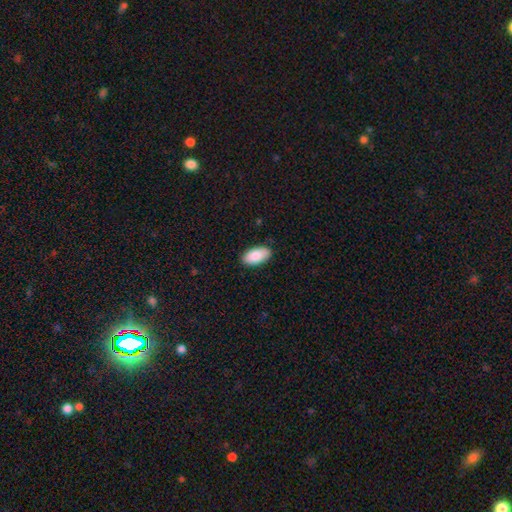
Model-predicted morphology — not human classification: This is clearly a smooth galaxy (88%). How rounded: clearly in between (94%). Merging: clearly none (87%).